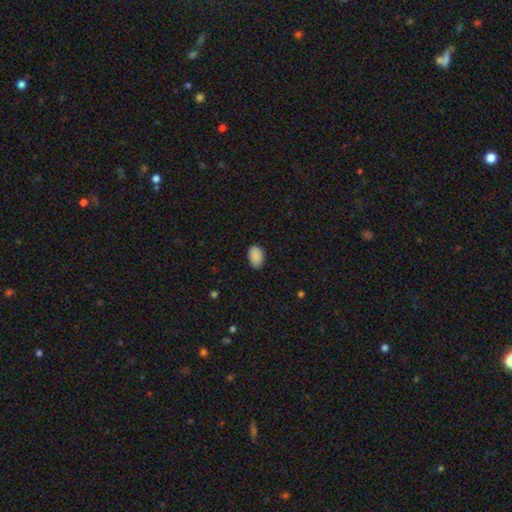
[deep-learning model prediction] The model was most divided on "merging": none: 84%, minor disturbance: 13%, major disturbance: 2%, merger: 1%. More confident: smooth or featured — smooth (89%); how rounded — in between (87%).